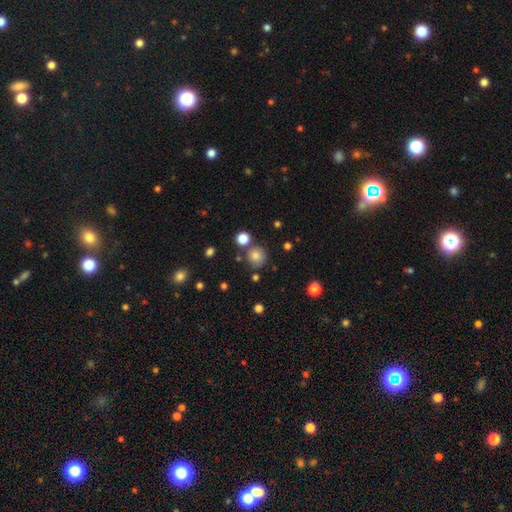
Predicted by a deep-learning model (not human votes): Q: Smooth or featured?
A: smooth (80%); runner-up: star or artifact (13%)
Q: How rounded?
A: round (91%); runner-up: in between (8%)
Q: Merging?
A: none (79%); runner-up: minor disturbance (9%)